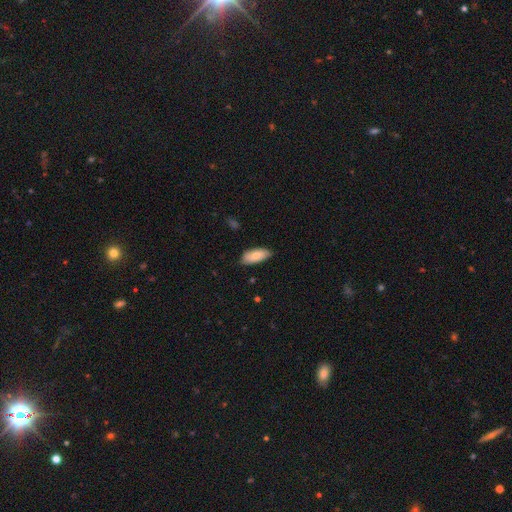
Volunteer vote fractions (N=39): Overall: smooth (74%). How rounded: in between (93%). Merging: none (71%).